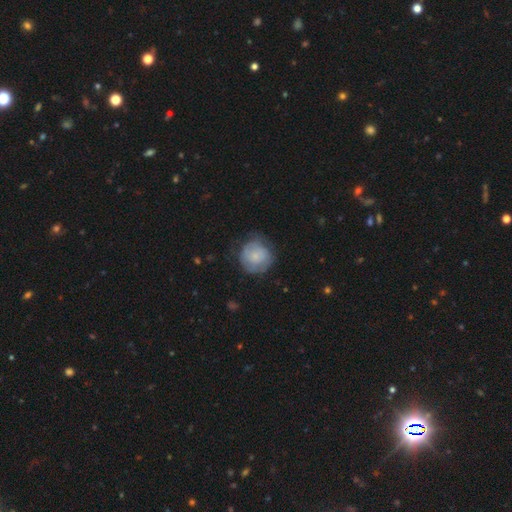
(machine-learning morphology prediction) The model was most divided on "merging": none: 64%, minor disturbance: 24%, major disturbance: 10%, merger: 1%. More confident: how rounded — round (91%); smooth or featured — smooth (70%).